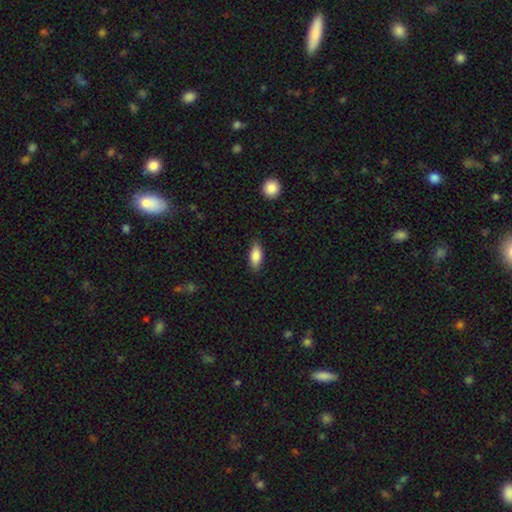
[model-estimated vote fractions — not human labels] A smooth galaxy with no disk features (85%) that is in between round and cigar-shaped (86%).

Vote fractions:
- Smooth or featured? smooth: 85% / featured or disk: 8% / star or artifact: 7%
- How rounded? in between: 86% / cigar-shaped: 11% / round: 3%
- Merging? none: 84% / minor disturbance: 13% / major disturbance: 3% / merger: 1%